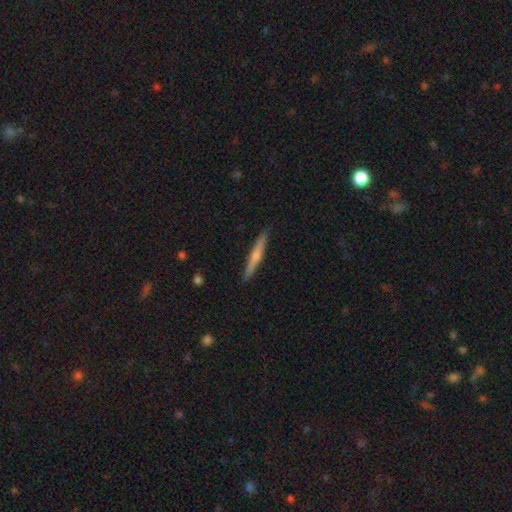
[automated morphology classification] This is possibly a featured or disk galaxy (48%). Merging: clearly none (91%).